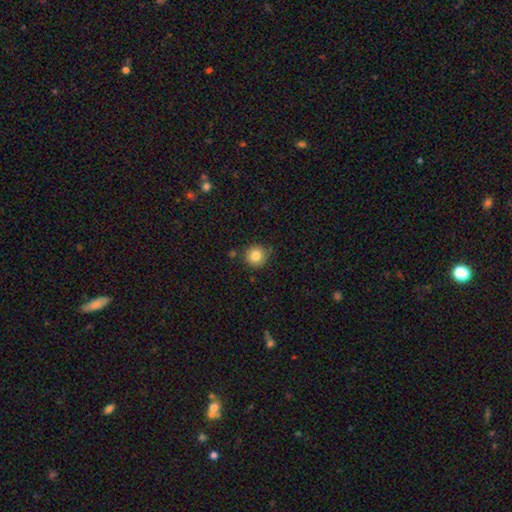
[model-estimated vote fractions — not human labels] smooth 82%, star or artifact 10%, featured or disk 8%. Down the decision tree: how rounded — round (94%); merging — none (81%).